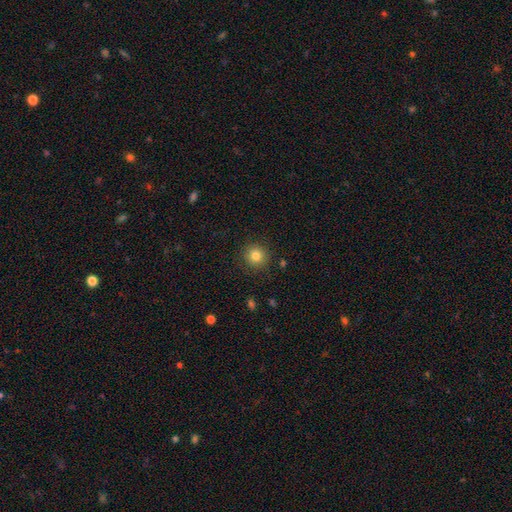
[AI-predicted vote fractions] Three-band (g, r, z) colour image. It shows a smooth galaxy with no disk features (82%) that is round (93%). Merging: none (90%).